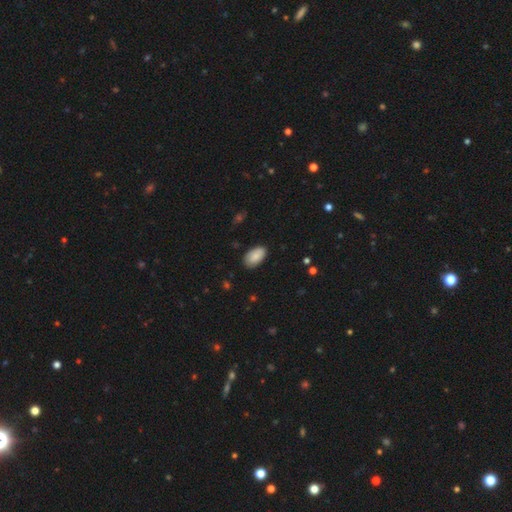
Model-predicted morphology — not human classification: smooth 83%, featured or disk 10%, star or artifact 7%. Down the decision tree: how rounded — in between (95%); merging — none (81%).